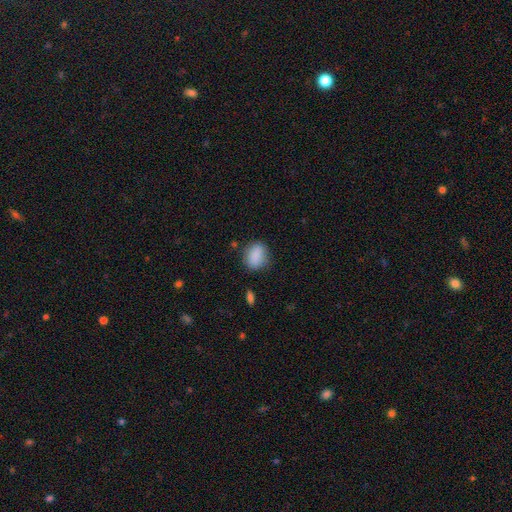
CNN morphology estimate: type=smooth (87%); roundness=in between (59%); merging=none (77%).